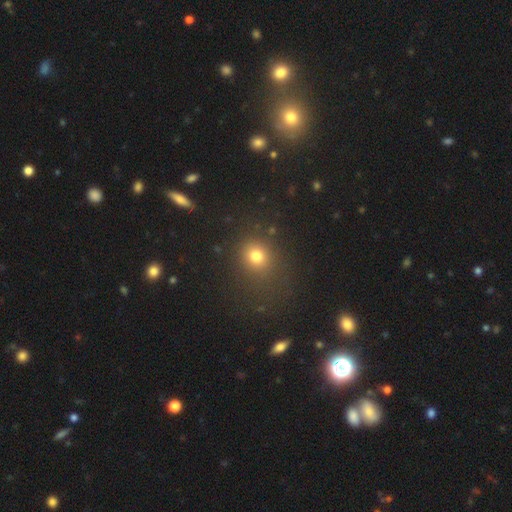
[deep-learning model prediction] This appears to be a smooth galaxy with no disk features (75%) that is round (76%). Merging: none (78%).